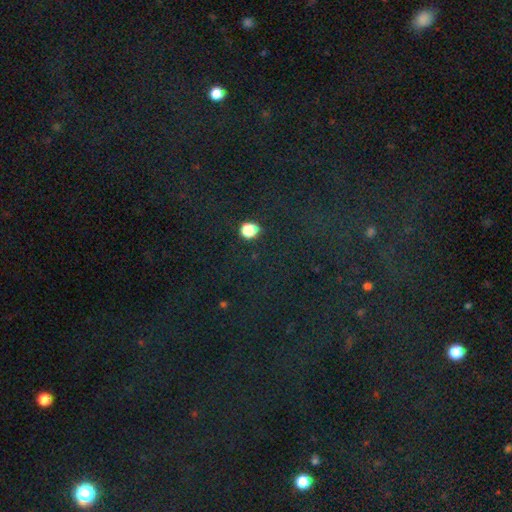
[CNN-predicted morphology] The model was most divided on "smooth or featured": star or artifact: 78%, smooth: 14%, featured or disk: 8%.